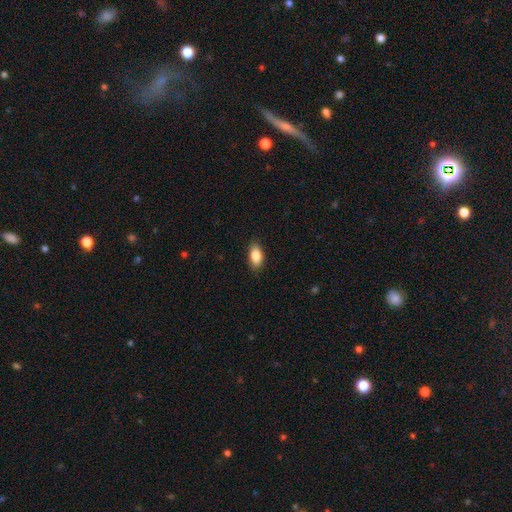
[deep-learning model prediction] A smooth galaxy with no disk features (86%) that is in between round and cigar-shaped (90%). Merging: none (87%).